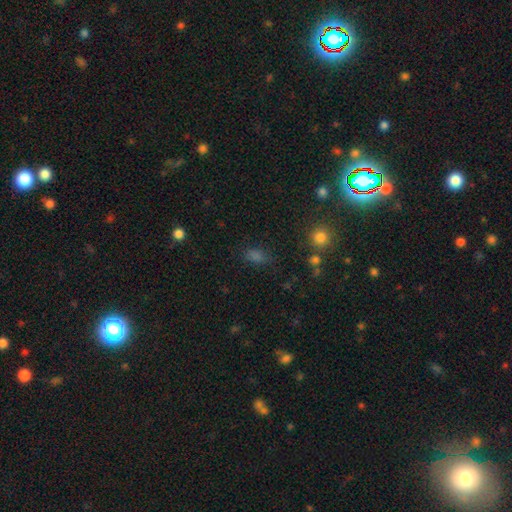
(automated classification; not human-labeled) Smooth or featured? smooth (66%)
How rounded? in between (79%)
Merging? none (76%)